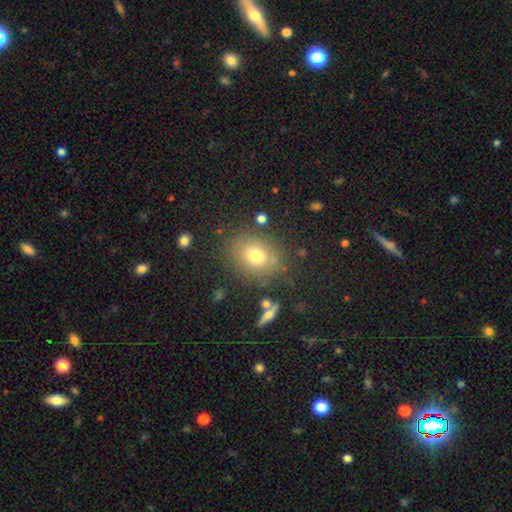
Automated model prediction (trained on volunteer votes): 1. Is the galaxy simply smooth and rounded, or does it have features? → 74% smooth, 14% star or artifact, 12% featured or disk.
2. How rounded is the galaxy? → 50% round, 48% in between, 1% cigar-shaped.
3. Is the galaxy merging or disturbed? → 79% none, 12% minor disturbance, 5% major disturbance, 4% merger.